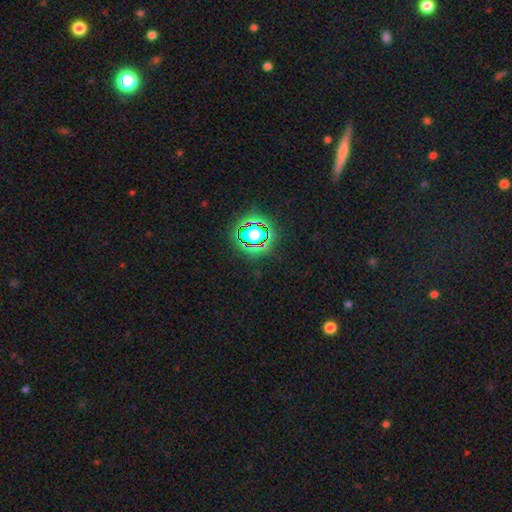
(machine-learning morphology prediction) Overall: star or artifact (76%).